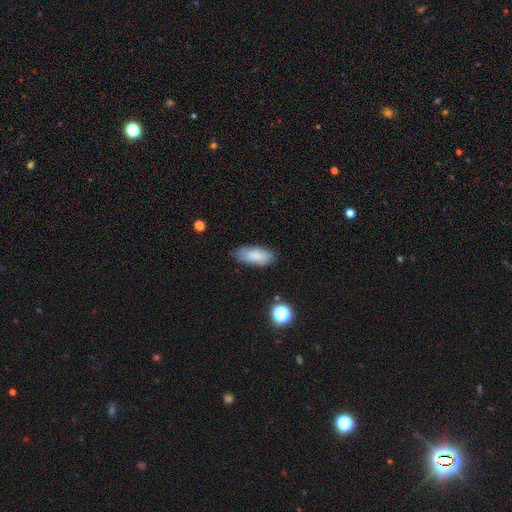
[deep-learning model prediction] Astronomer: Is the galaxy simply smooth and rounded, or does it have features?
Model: smooth — 83%.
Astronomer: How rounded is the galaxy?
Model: in between — 84%.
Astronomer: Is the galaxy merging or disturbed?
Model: none — 76%.